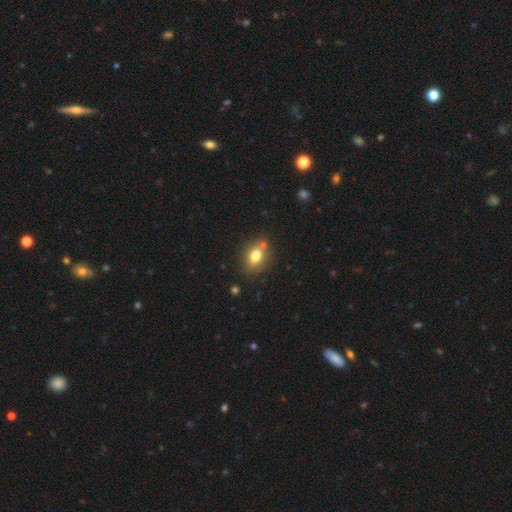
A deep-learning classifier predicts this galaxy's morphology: Overall: smooth (77%). How rounded: in between (70%). Merging: none (71%).